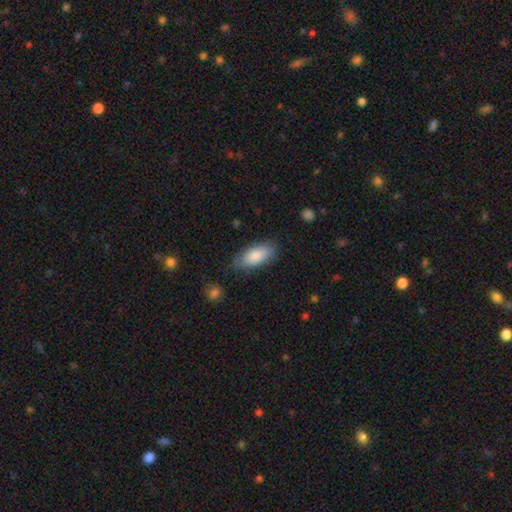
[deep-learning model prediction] Smooth or featured? Predicted: smooth (p=0.85). How rounded? Predicted: in between (p=0.88). Merging? Predicted: none (p=0.76).